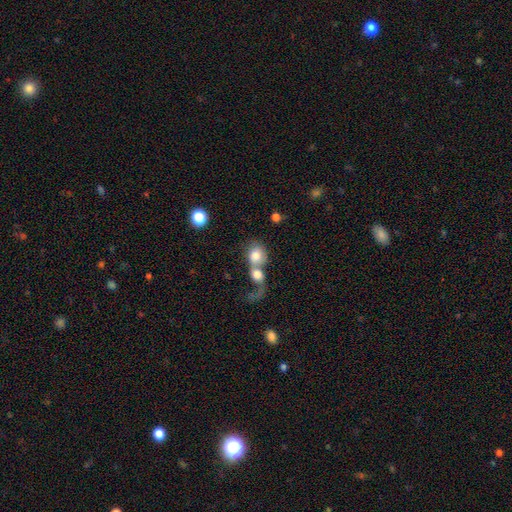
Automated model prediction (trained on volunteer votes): smooth-or-featured: smooth: 73% | featured or disk: 19% | star or artifact: 8%
  how-rounded: round: 68% | in between: 30% | cigar-shaped: 1%
  merging: merger: 70% | none: 14% | major disturbance: 10% | minor disturbance: 5%